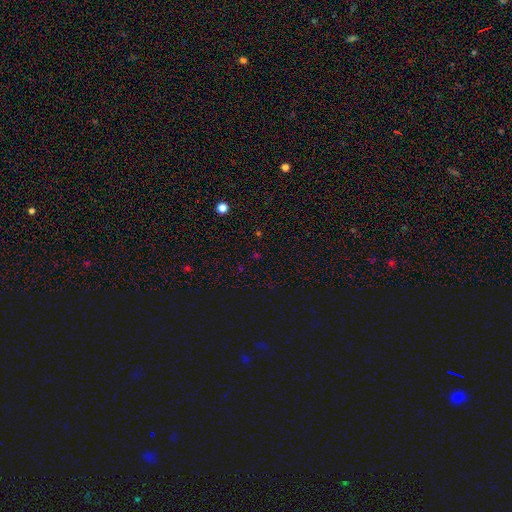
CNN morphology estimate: A star or artifact, not a galaxy (61%).